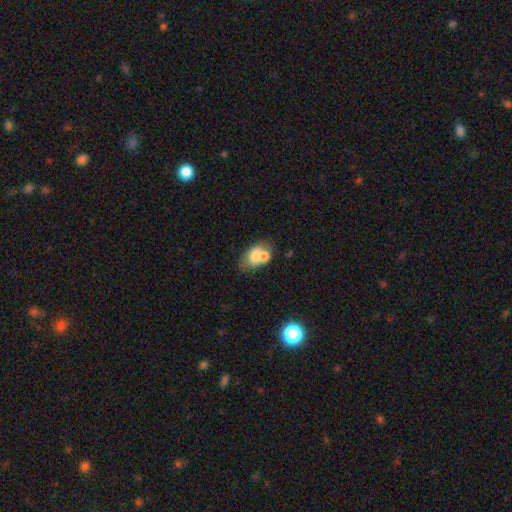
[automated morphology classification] Smooth or featured?
  - smooth: 62% *
  - featured or disk: 29%
  - star or artifact: 9%
How rounded?
  - in between: 84% *
  - round: 14%
  - cigar-shaped: 2%
Merging?
  - merger: 46% *
  - none: 35%
  - minor disturbance: 13%
  - major disturbance: 6%